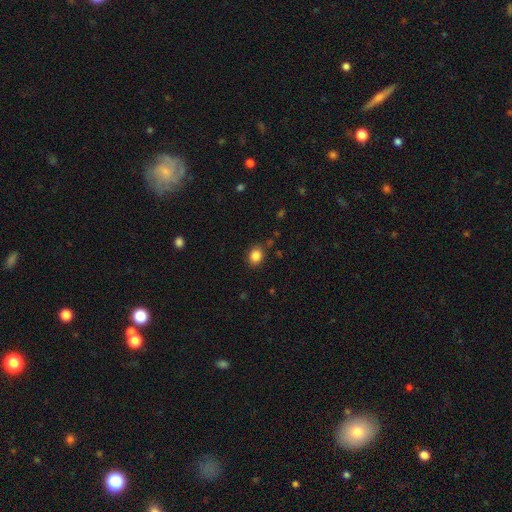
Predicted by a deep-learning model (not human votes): This appears to be a smooth galaxy with no disk features (85%) that is round (64%). Merging: none (84%).